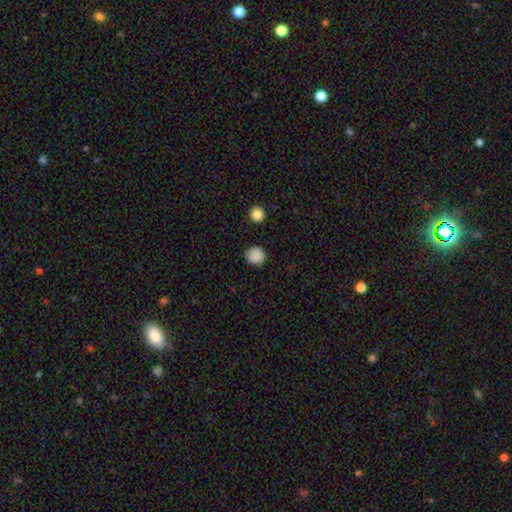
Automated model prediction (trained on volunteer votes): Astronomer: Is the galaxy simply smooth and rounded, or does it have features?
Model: smooth — 87%.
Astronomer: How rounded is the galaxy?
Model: round — 89%.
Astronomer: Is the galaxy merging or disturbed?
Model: none — 89%.